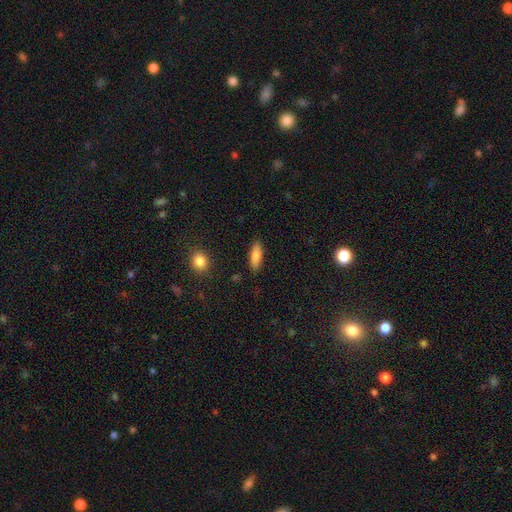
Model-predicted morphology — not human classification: This is clearly a smooth galaxy (82%). How rounded: likely in between (60%). Merging: clearly none (87%).